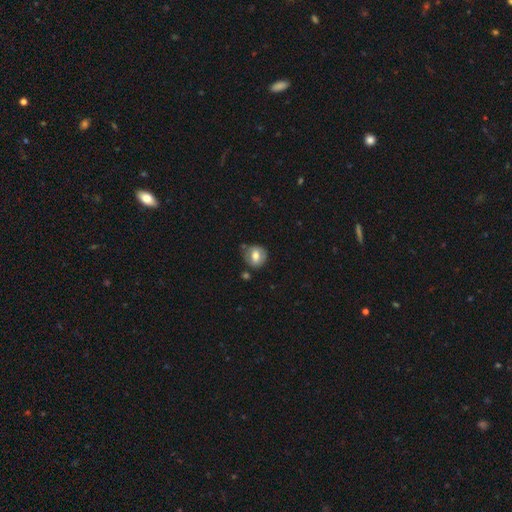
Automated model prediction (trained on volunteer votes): A smooth galaxy with no disk features (62%) that is round (73%).

Vote fractions:
- Smooth or featured? smooth: 62% / featured or disk: 30% / star or artifact: 8%
- How rounded? round: 73% / in between: 26% / cigar-shaped: 1%
- Merging? none: 67% / minor disturbance: 21% / merger: 6% / major disturbance: 6%